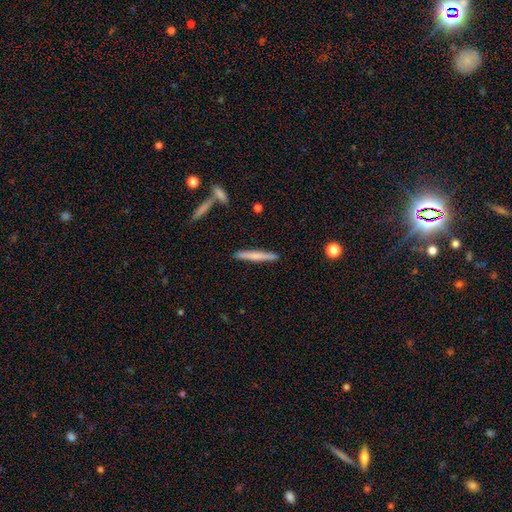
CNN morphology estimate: This is likely a smooth galaxy (62%). How rounded: clearly cigar-shaped (95%). Merging: clearly none (89%).